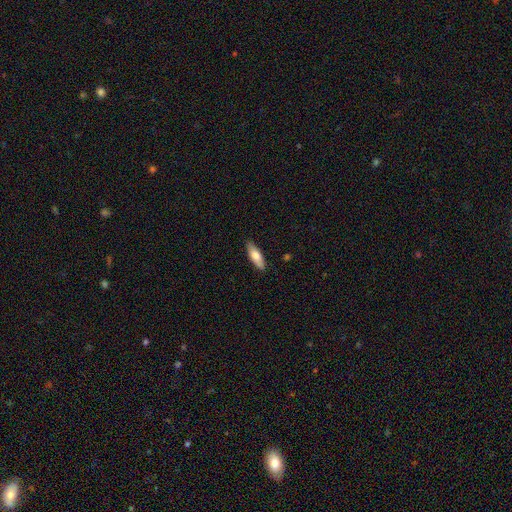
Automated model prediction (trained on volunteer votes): smooth 72%, featured or disk 22%, star or artifact 6%. Down the decision tree: how rounded — in between (55%); merging — none (87%).